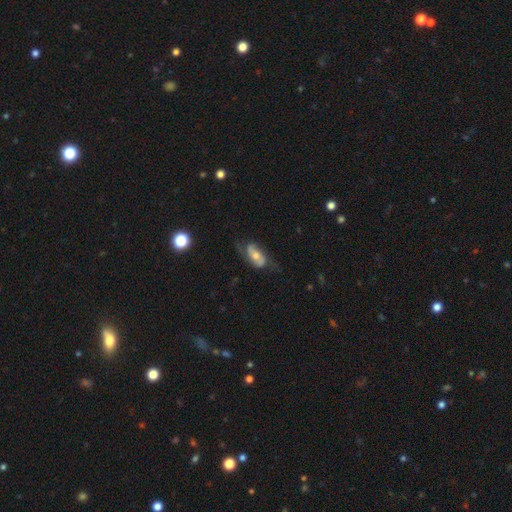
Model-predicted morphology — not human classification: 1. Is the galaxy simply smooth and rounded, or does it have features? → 64% featured or disk, 29% smooth, 7% star or artifact.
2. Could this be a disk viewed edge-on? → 91% no, 9% yes.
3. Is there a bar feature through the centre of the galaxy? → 56% no, 29% weak, 16% strong.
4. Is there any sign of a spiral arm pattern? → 83% yes, 17% no.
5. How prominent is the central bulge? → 61% moderate, 31% small, 5% large, 2% none, 1% dominant.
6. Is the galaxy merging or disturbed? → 57% none, 25% minor disturbance, 17% major disturbance, 2% merger.